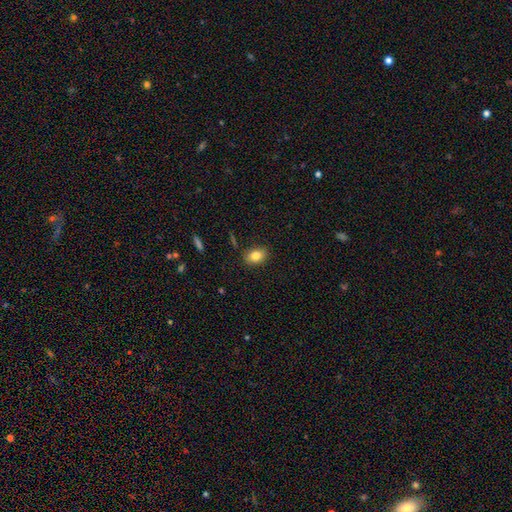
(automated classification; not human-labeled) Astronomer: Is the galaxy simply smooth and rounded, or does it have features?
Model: smooth — 82%.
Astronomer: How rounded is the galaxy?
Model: in between — 79%.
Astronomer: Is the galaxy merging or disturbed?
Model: none — 86%.